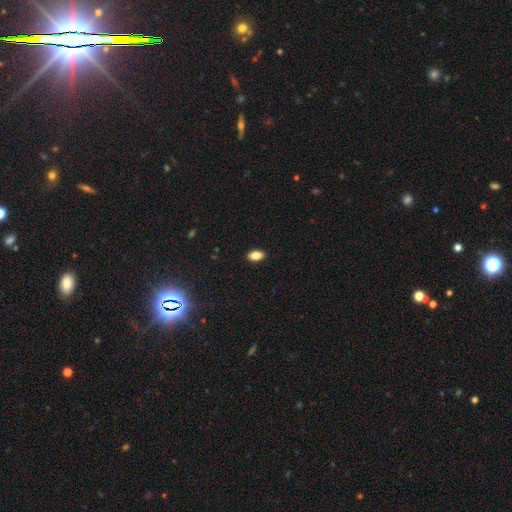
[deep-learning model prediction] A smooth galaxy with no disk features (83%) that is in between round and cigar-shaped (90%).

Vote fractions:
- Smooth or featured? smooth: 83% / star or artifact: 9% / featured or disk: 8%
- How rounded? in between: 90% / round: 7% / cigar-shaped: 3%
- Merging? none: 90% / minor disturbance: 8% / major disturbance: 2% / merger: 1%